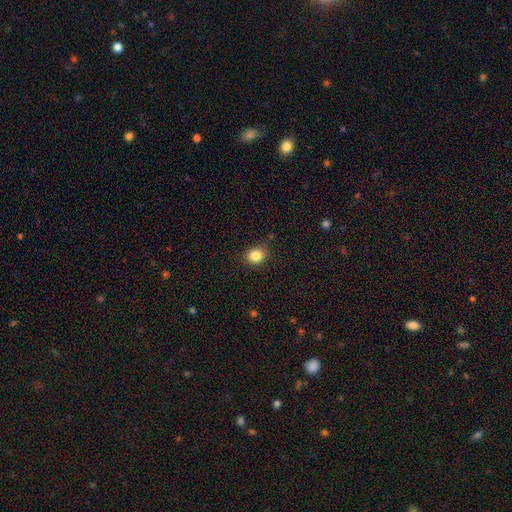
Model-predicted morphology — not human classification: This appears to be a smooth galaxy with no disk features (83%) that is round (72%). Merging: none (83%).